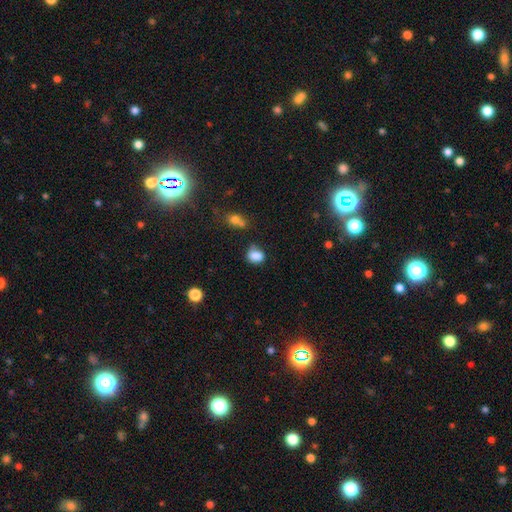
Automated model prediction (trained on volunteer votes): smooth_or_featured: smooth (p=0.81) [alt: star or artifact p=0.11]
how_rounded: in between (p=0.57) [alt: round p=0.42]
merging: none (p=0.51) [alt: minor disturbance p=0.28]